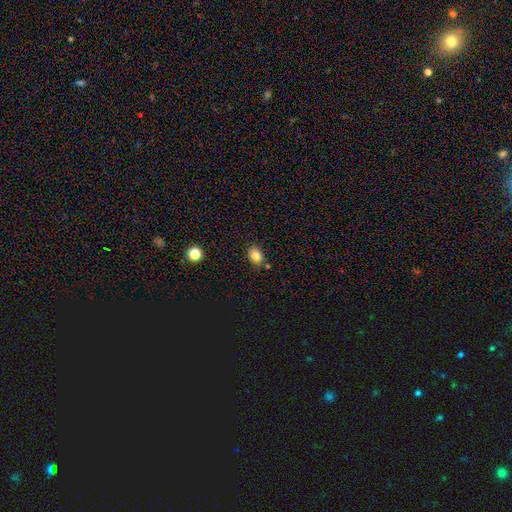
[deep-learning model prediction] Overall: smooth (82%). How rounded: in between (69%; round 30%). Merging: none (81%).